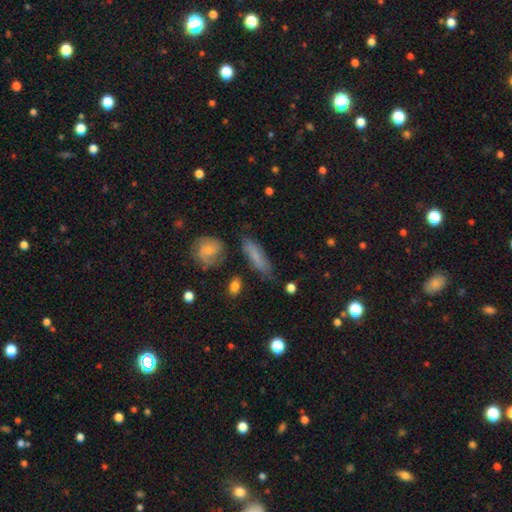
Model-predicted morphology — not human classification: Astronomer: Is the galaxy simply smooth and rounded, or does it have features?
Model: smooth — 67%.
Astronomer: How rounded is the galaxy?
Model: cigar-shaped — 66%.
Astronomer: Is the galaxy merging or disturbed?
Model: none — 73%.